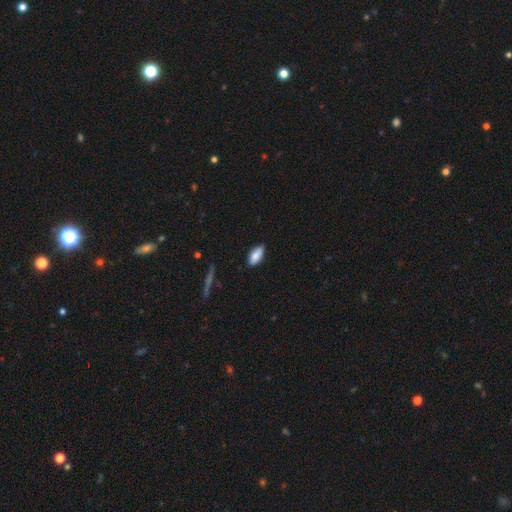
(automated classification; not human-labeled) smooth 83%, featured or disk 11%, star or artifact 6%. Down the decision tree: how rounded — in between (87%); merging — none (82%).